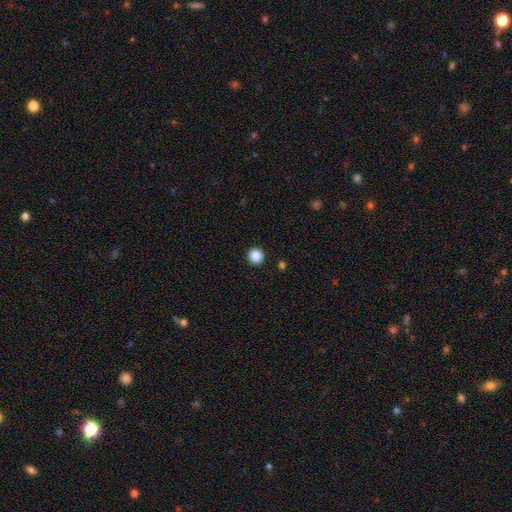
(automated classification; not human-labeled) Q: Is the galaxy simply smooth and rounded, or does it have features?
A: smooth — 87%.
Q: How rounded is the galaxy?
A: round — 94%.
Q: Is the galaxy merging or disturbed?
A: none — 93%.